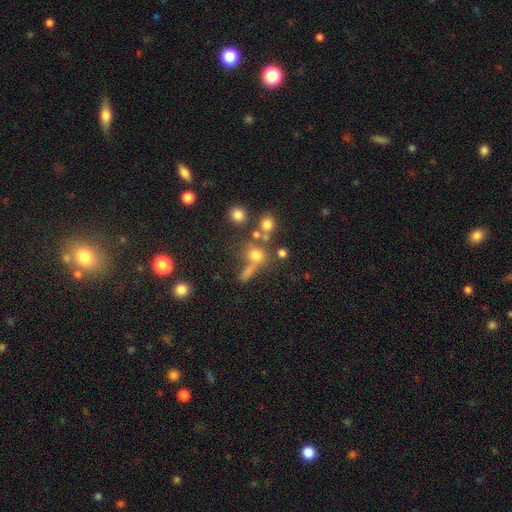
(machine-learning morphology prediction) Smooth or featured? smooth (62%)
How rounded? round (75%)
Merging? none (47%)